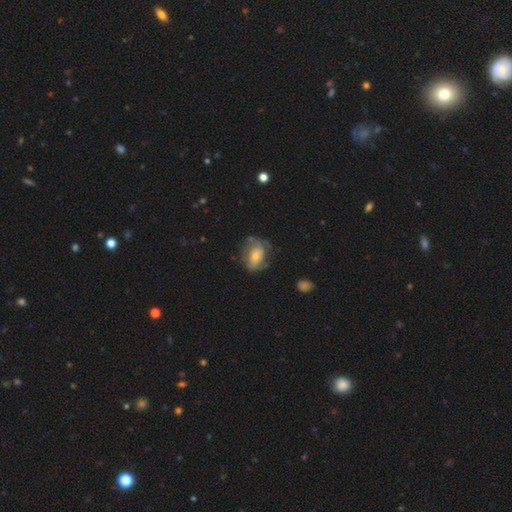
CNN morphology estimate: This is possibly a smooth galaxy (47%). Merging: possibly none (51%).